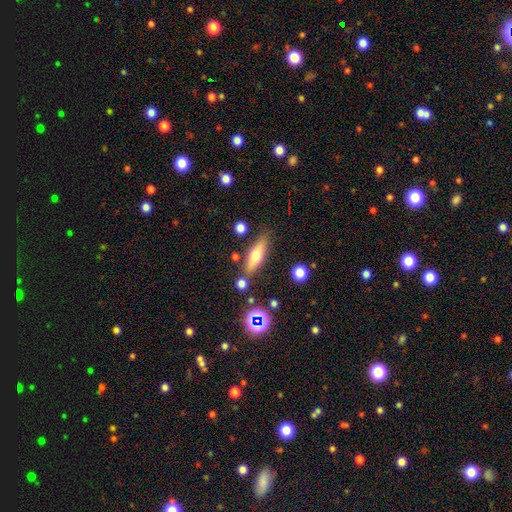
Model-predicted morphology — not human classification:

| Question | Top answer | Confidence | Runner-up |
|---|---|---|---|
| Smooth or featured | smooth | 53% | featured or disk (39%) |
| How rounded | cigar-shaped | 54% | in between (42%) |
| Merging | none | 77% | minor disturbance (13%) |